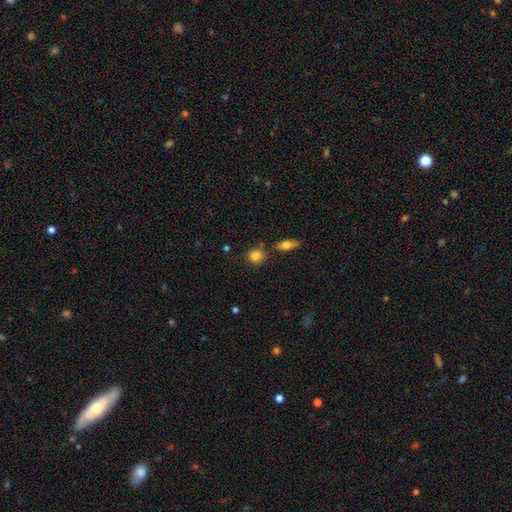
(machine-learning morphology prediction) Smooth or featured? smooth (83%)
How rounded? round (73%)
Merging? none (72%)